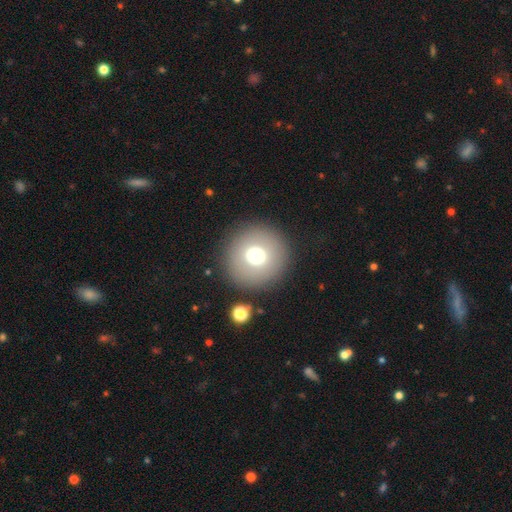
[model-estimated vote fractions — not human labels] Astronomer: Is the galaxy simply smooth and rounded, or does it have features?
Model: smooth — 71%.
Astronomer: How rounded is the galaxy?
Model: round — 95%.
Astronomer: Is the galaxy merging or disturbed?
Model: none — 89%.